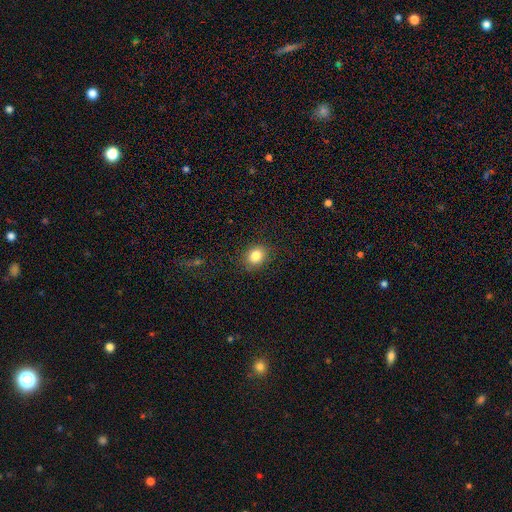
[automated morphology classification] Q: Smooth or featured?
A: smooth (83%); runner-up: star or artifact (11%)
Q: How rounded?
A: round (60%); runner-up: in between (39%)
Q: Merging?
A: none (88%); runner-up: minor disturbance (9%)